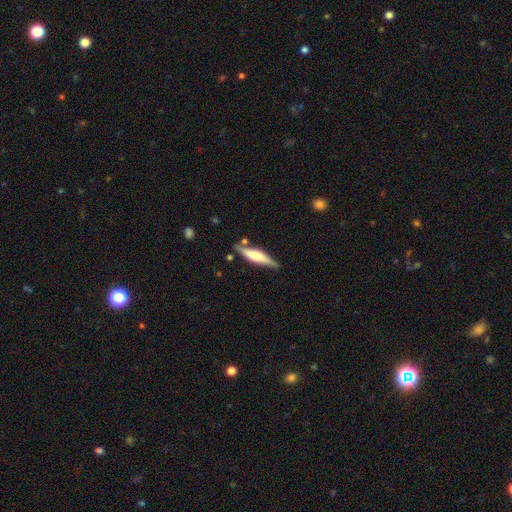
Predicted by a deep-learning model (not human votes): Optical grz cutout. It shows a featured or disk galaxy (49%). Merging: none (77%).